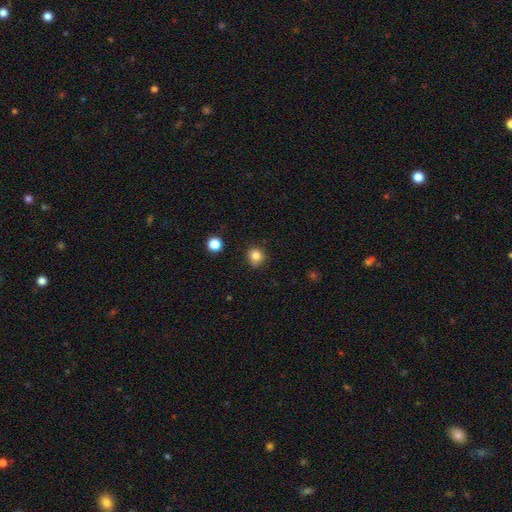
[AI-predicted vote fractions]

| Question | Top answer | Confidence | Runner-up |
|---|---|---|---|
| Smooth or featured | smooth | 84% | star or artifact (12%) |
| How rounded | round | 88% | in between (11%) |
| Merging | none | 86% | minor disturbance (11%) |